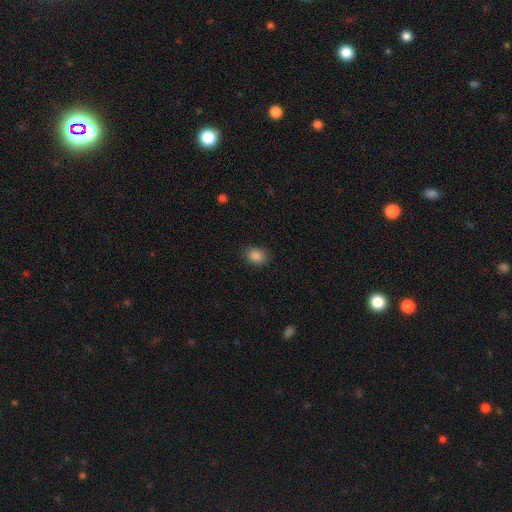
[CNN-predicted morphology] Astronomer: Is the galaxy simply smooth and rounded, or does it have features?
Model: smooth — 86%.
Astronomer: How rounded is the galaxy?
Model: in between — 56% (runner-up: round, 43%).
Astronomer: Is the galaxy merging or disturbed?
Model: none — 84%.